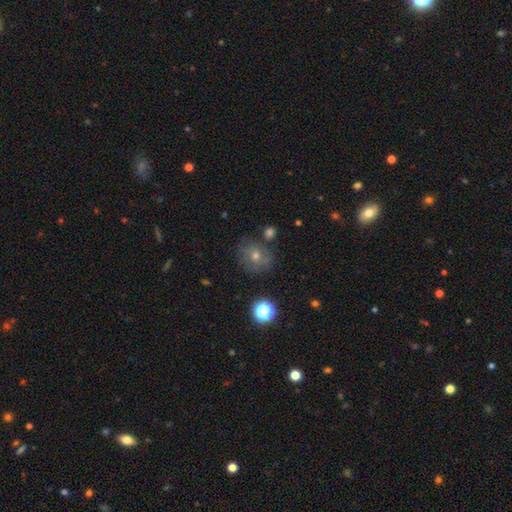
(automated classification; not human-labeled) This appears to be a smooth galaxy with no disk features (49%). Merging: none (78%).